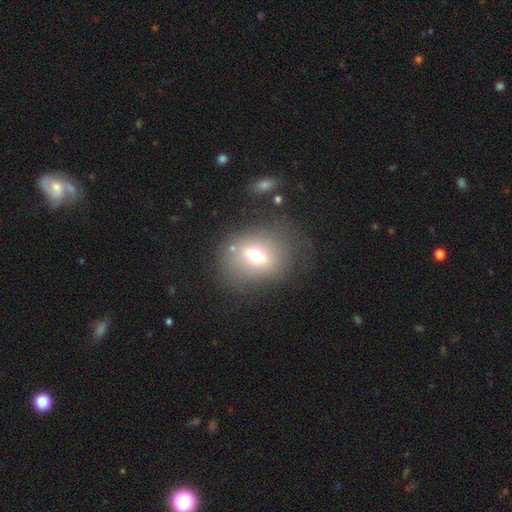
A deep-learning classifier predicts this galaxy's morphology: A smooth galaxy with no disk features (55%) that is in between round and cigar-shaped (55%).

Vote fractions:
- Smooth or featured? smooth: 55% / featured or disk: 32% / star or artifact: 13%
- How rounded? in between: 55% / round: 41% / cigar-shaped: 3%
- Merging? none: 65% / minor disturbance: 17% / major disturbance: 13% / merger: 6%